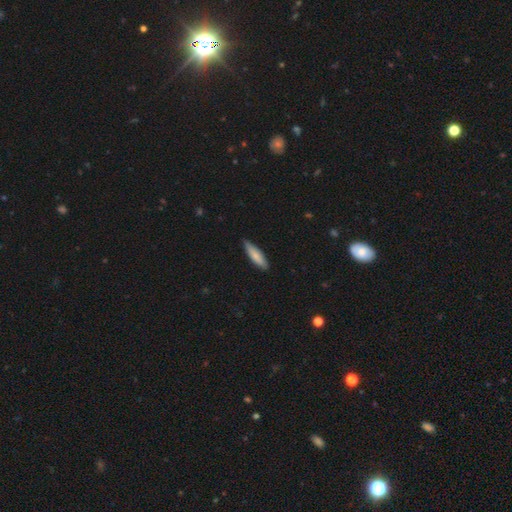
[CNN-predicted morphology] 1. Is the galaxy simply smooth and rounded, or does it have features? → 78% smooth, 16% featured or disk, 5% star or artifact.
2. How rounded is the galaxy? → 72% cigar-shaped, 27% in between, 1% round.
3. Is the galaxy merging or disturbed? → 83% none, 14% minor disturbance, 2% major disturbance, 1% merger.